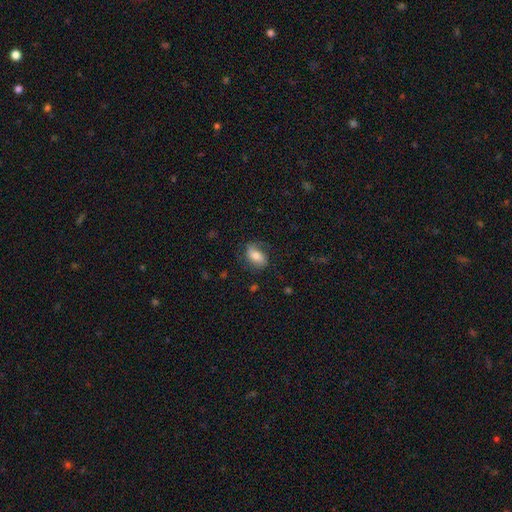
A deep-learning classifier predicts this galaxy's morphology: This appears to be a smooth galaxy with no disk features (69%) that is in between round and cigar-shaped (87%). Merging: none (69%).